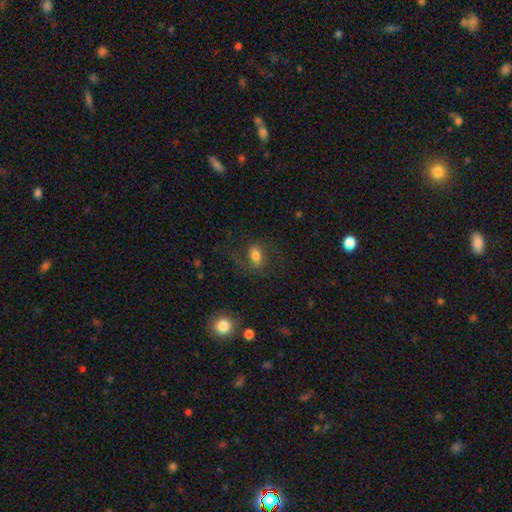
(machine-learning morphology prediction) type=featured or disk (47%); merging=none (64%).